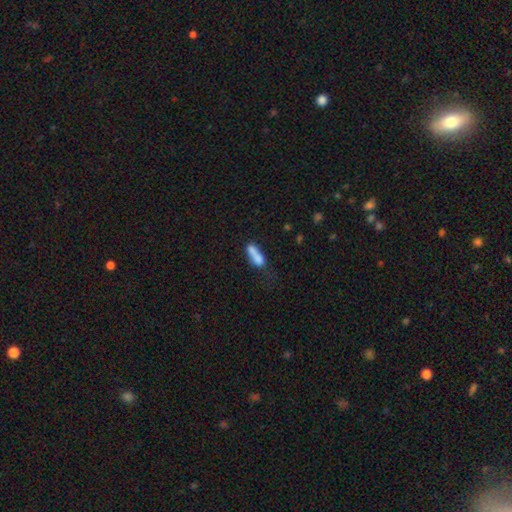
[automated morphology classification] A smooth galaxy with no disk features (72%) that is in between round and cigar-shaped (58%). Merging: merger (43%).